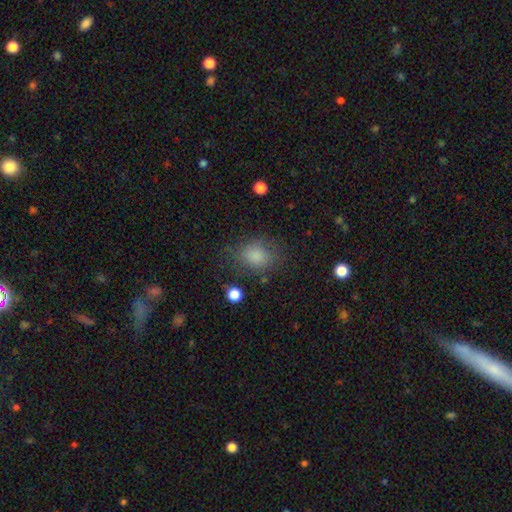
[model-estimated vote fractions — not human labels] A smooth galaxy with no disk features (82%) that is round (55%).

Vote fractions:
- Smooth or featured? smooth: 82% / star or artifact: 11% / featured or disk: 7%
- How rounded? round: 55% / in between: 44% / cigar-shaped: 1%
- Merging? none: 70% / minor disturbance: 18% / major disturbance: 9% / merger: 2%